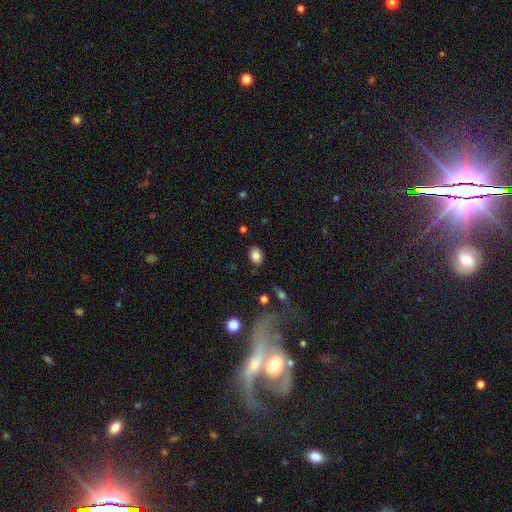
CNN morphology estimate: type=smooth (84%); roundness=in between (69%); merging=none (84%).